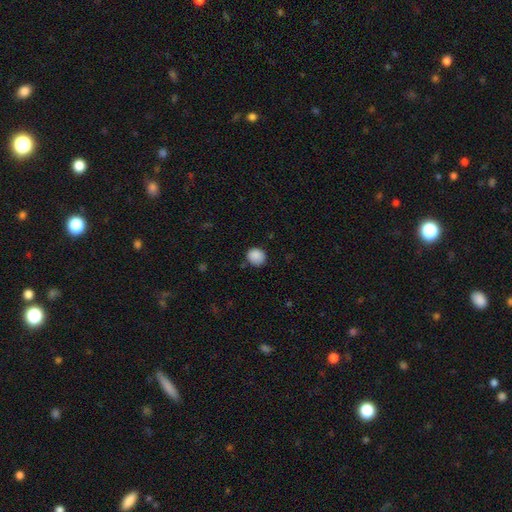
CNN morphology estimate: Overall: smooth (88%). How rounded: round (85%). Merging: none (81%).